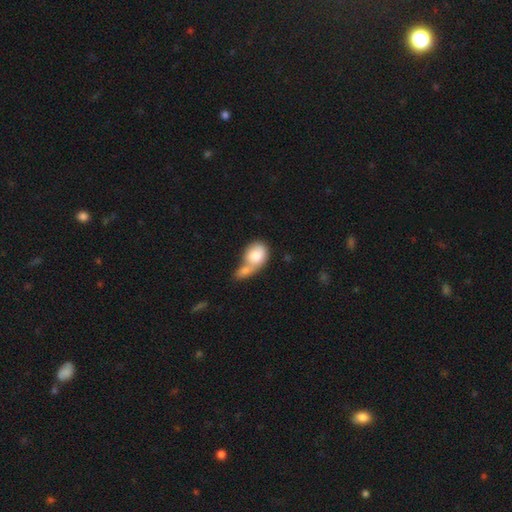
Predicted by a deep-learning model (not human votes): Q: Smooth or featured?
A: smooth (78%); runner-up: featured or disk (16%)
Q: How rounded?
A: in between (61%); runner-up: round (37%)
Q: Merging?
A: merger (70%); runner-up: none (15%)